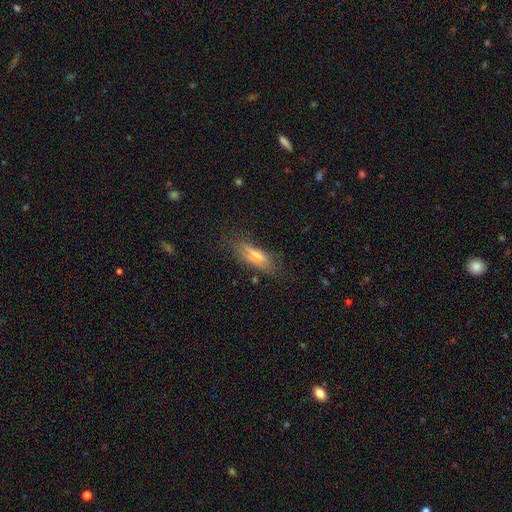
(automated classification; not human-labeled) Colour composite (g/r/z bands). It shows a smooth galaxy with no disk features (63%) that is in between round and cigar-shaped (54%). Merging: none (71%).